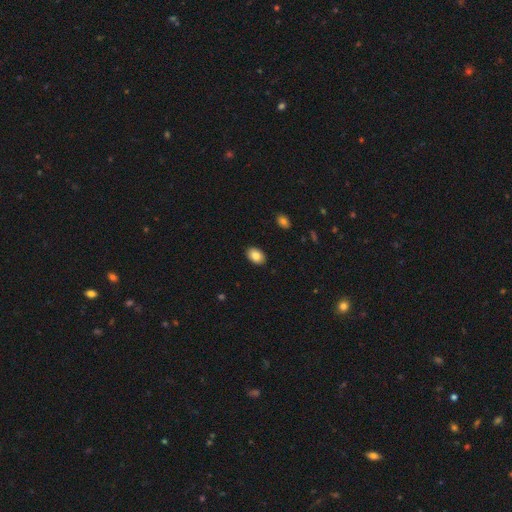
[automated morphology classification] Smooth or featured: smooth — 84% (featured or disk — 8%)
How rounded: in between — 84% (round — 15%)
Merging: none — 90% (minor disturbance — 7%)